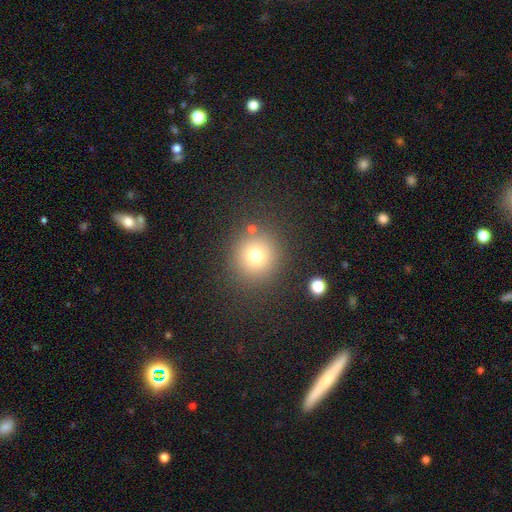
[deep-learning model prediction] Smooth or featured?
  - smooth: 73% *
  - star or artifact: 17%
  - featured or disk: 10%
How rounded?
  - round: 93% *
  - in between: 6%
  - cigar-shaped: 1%
Merging?
  - none: 84% *
  - minor disturbance: 8%
  - major disturbance: 4%
  - merger: 4%